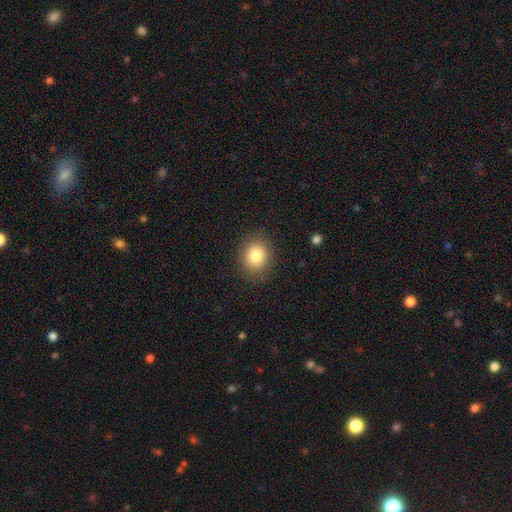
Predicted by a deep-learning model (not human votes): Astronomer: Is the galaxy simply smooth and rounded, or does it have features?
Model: smooth — 83%.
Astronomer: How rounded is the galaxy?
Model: round — 60% (runner-up: in between, 40%).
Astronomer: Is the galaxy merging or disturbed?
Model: none — 87%.